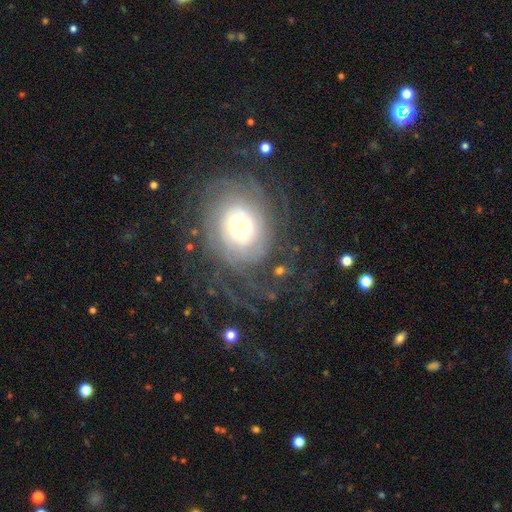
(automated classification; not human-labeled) Morphology: type=featured or disk (64%); edge-on=no (96%); bar=no (77%); spiral arms=yes (82%); winding=tight (71%); arm count=can't tell (48%); bulge=moderate (46%); merging=none (75%).